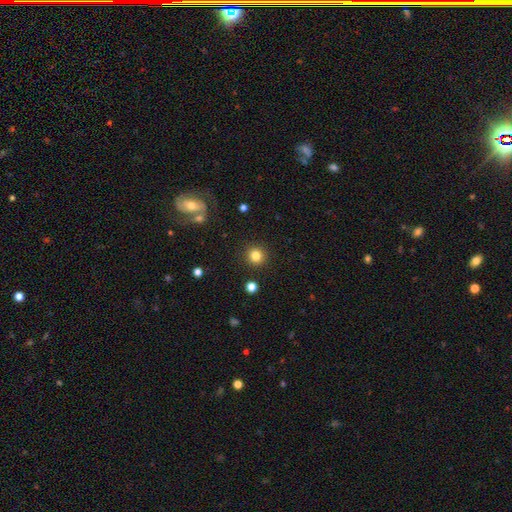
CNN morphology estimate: A smooth galaxy with no disk features (82%) that is round (93%). Merging: none (91%).